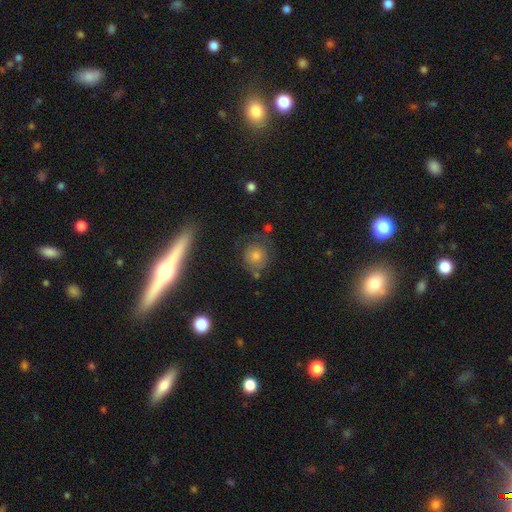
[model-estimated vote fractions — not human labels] Smooth or featured? smooth (68%)
How rounded? round (85%)
Merging? none (73%)